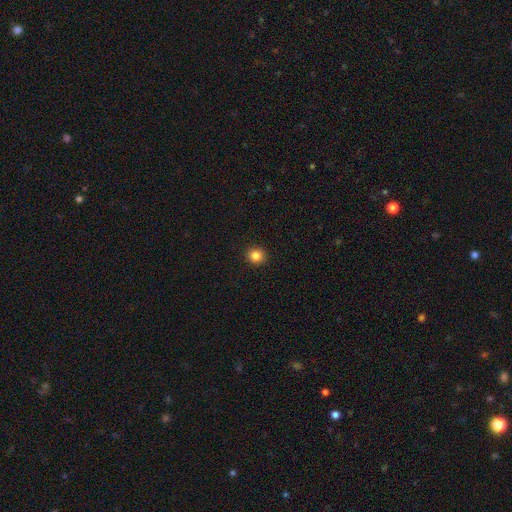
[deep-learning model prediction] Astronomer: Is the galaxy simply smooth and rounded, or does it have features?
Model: smooth — 84%.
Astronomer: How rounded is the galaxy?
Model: round — 92%.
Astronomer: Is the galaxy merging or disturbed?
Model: none — 93%.